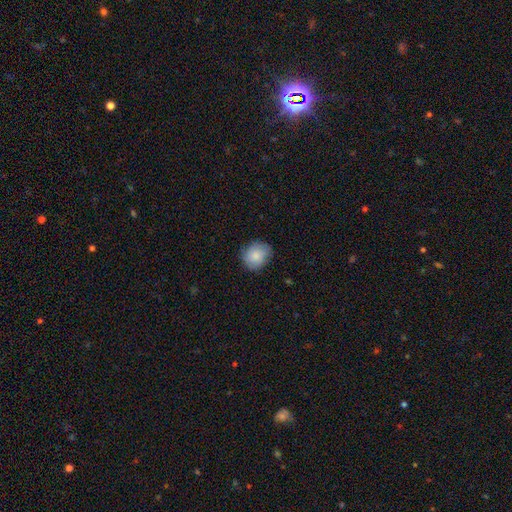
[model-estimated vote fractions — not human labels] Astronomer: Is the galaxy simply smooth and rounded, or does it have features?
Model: smooth — 85%.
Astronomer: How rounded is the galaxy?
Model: round — 64%.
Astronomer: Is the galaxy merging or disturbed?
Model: none — 74%.